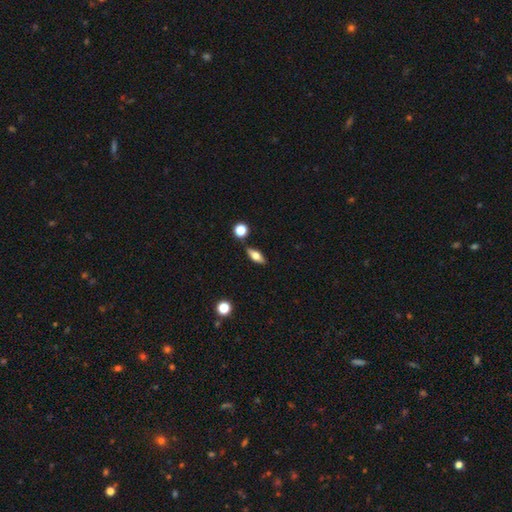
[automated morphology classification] This is possibly a smooth galaxy (58%). How rounded: likely in between (70%). Merging: clearly none (84%).